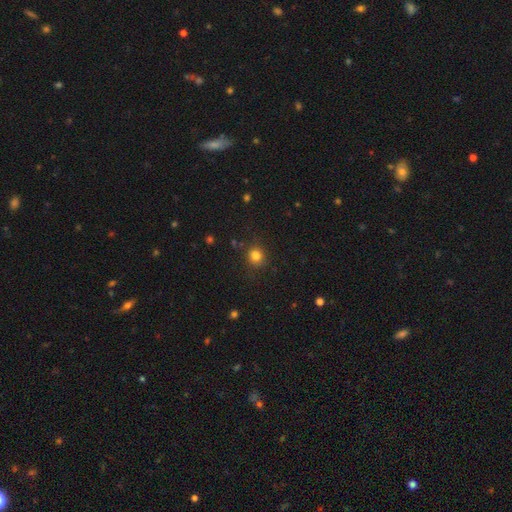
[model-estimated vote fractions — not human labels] smooth 82%, star or artifact 13%, featured or disk 5%. Down the decision tree: how rounded — round (88%); merging — none (86%).